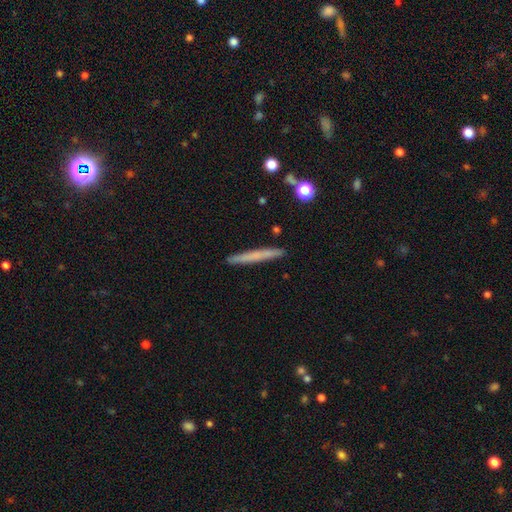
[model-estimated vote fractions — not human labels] The model was most divided on "smooth or featured": smooth: 62%, featured or disk: 32%, star or artifact: 7%. More confident: how rounded — cigar-shaped (96%); merging — none (91%).